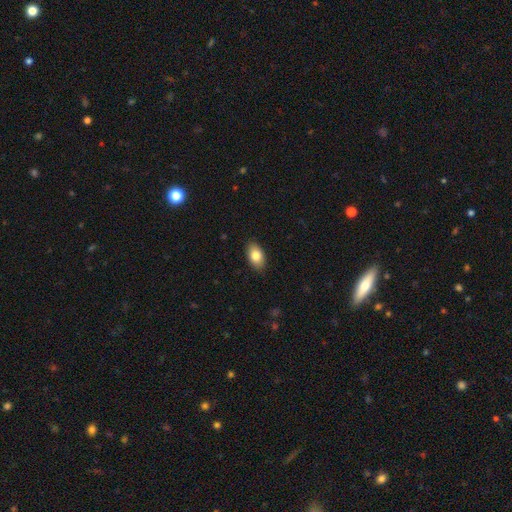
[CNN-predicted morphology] Smooth or featured?
  - smooth: 83% *
  - featured or disk: 10%
  - star or artifact: 7%
How rounded?
  - in between: 91% *
  - round: 7%
  - cigar-shaped: 2%
Merging?
  - none: 88% *
  - minor disturbance: 9%
  - major disturbance: 2%
  - merger: 1%